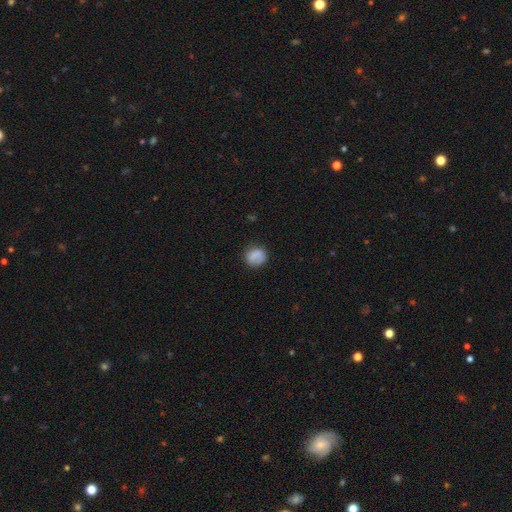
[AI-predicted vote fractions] Smooth or featured?
  - smooth: 78% *
  - featured or disk: 13%
  - star or artifact: 9%
How rounded?
  - round: 78% *
  - in between: 21%
  - cigar-shaped: 1%
Merging?
  - none: 76% *
  - minor disturbance: 16%
  - major disturbance: 6%
  - merger: 2%